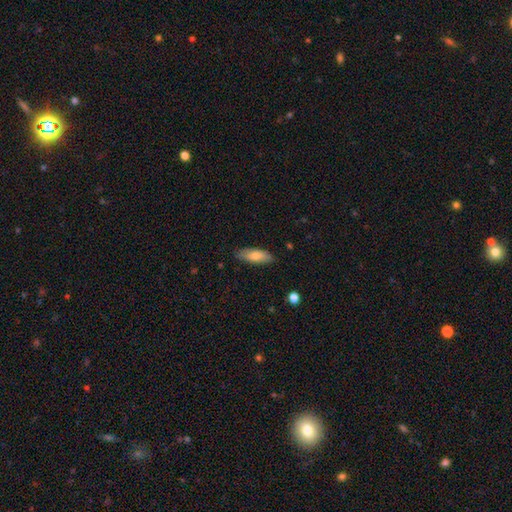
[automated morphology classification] smooth-or-featured: smooth: 78% | featured or disk: 16% | star or artifact: 6%
  how-rounded: in between: 64% | cigar-shaped: 34% | round: 2%
  merging: none: 84% | minor disturbance: 12% | major disturbance: 2% | merger: 1%